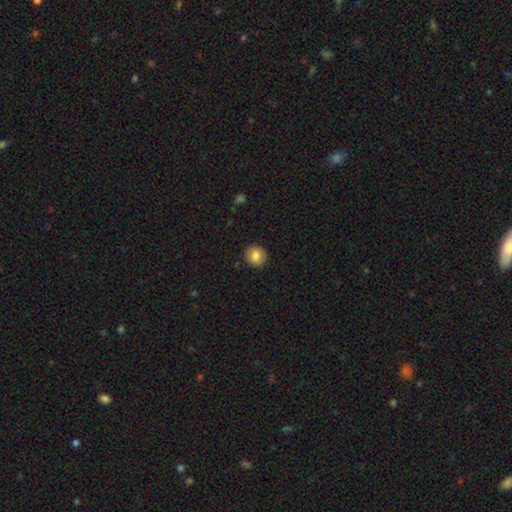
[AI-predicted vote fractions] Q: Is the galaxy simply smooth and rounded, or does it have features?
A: smooth — 83%.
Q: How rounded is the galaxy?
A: round — 86%.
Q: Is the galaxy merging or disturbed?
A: none — 91%.